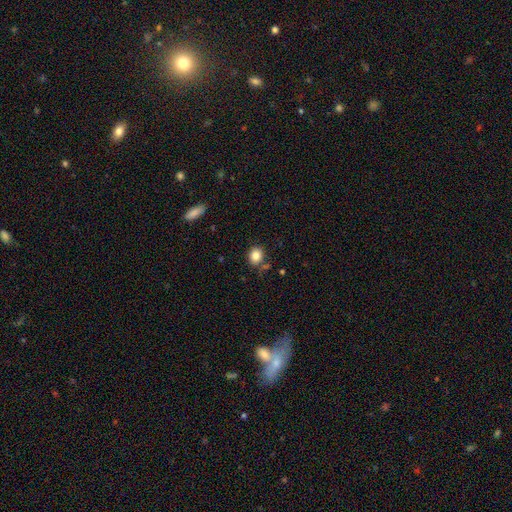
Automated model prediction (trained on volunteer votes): smooth 83%, star or artifact 10%, featured or disk 6%. Down the decision tree: how rounded — round (71%); merging — none (78%).